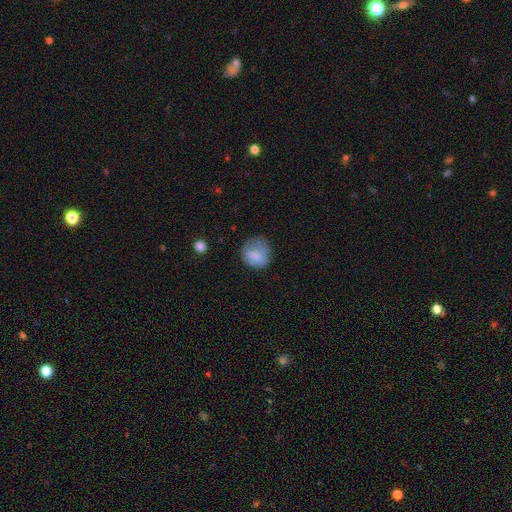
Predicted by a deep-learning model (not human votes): Overall: smooth (76%). How rounded: round (76%). Merging: none (59%; minor disturbance 25%).